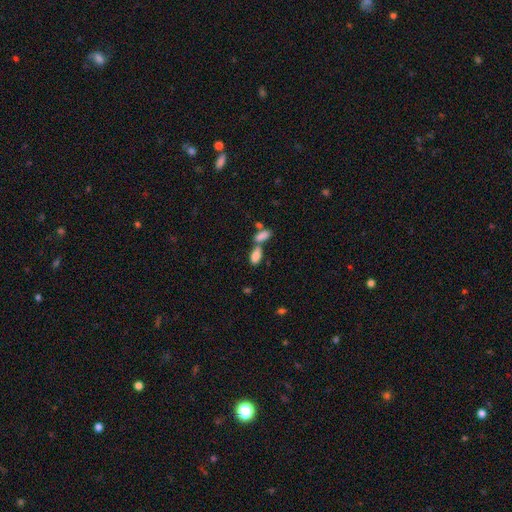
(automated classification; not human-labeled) Overall: smooth (82%). How rounded: in between (89%). Merging: merger (58%; none 31%).